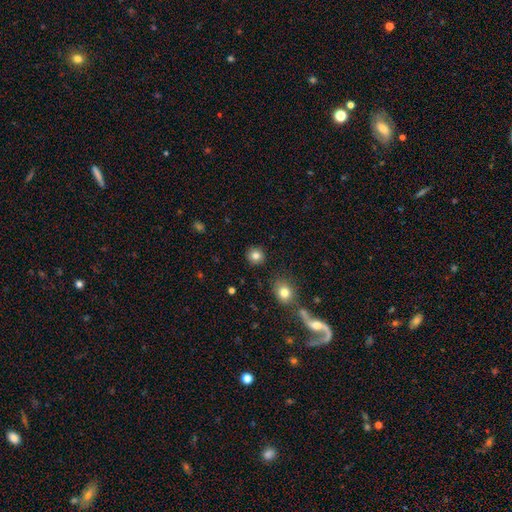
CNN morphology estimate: Q: Smooth or featured?
A: smooth (82%); runner-up: star or artifact (11%)
Q: How rounded?
A: round (91%); runner-up: in between (8%)
Q: Merging?
A: none (90%); runner-up: minor disturbance (6%)